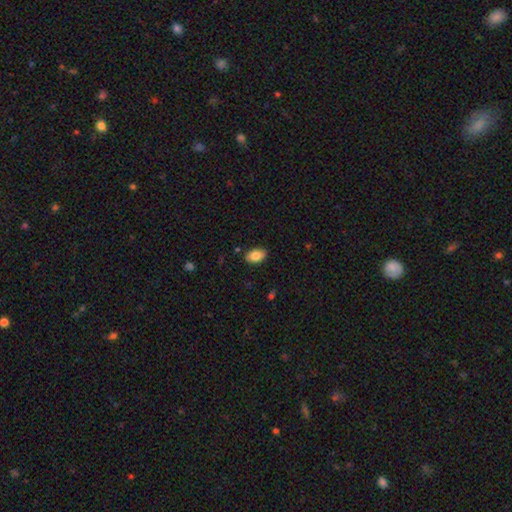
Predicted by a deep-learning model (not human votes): The model was most divided on "smooth or featured": smooth: 84%, featured or disk: 9%, star or artifact: 7%. More confident: how rounded — in between (91%); merging — none (87%).